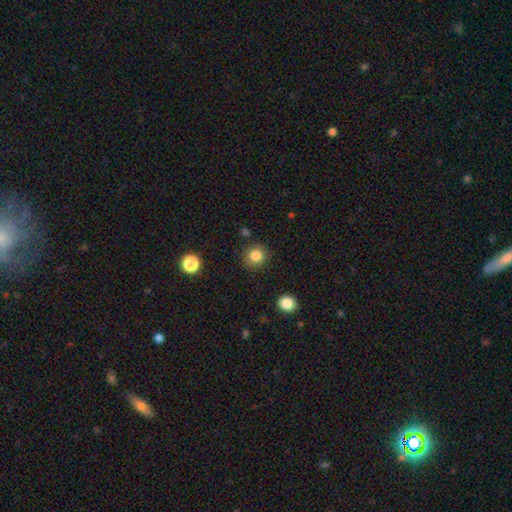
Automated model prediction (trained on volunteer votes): Smooth or featured? Predicted: smooth (p=0.84). How rounded? Predicted: round (p=0.89). Merging? Predicted: none (p=0.87).